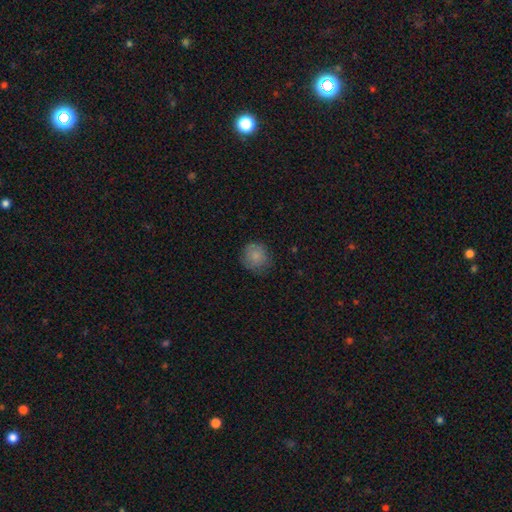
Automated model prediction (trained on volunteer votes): This is clearly a smooth galaxy (83%). How rounded: clearly round (85%). Merging: likely none (75%).